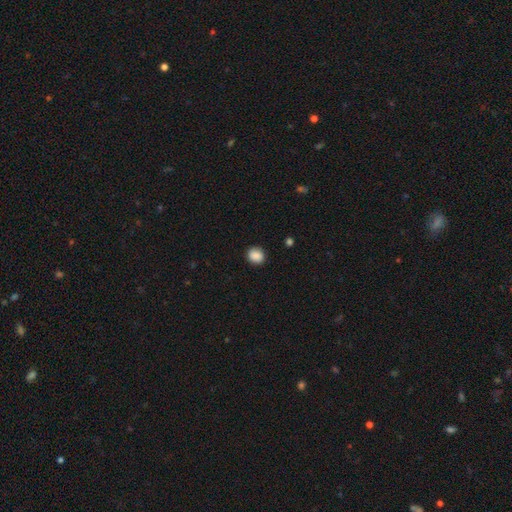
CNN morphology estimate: This appears to be a smooth galaxy with no disk features (87%) that is round (77%). Merging: none (88%).